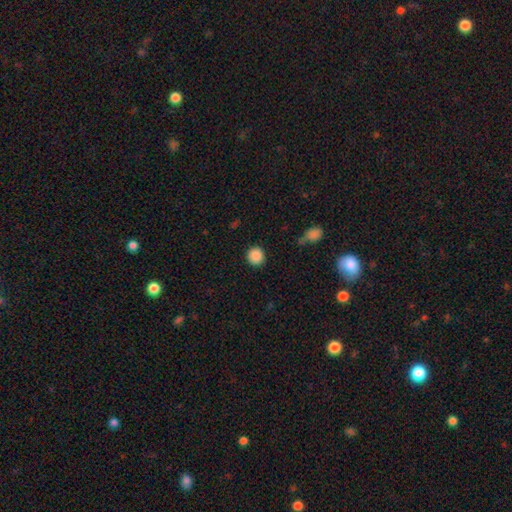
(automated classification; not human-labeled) This is clearly a smooth galaxy (89%). How rounded: clearly round (93%). Merging: clearly none (89%).